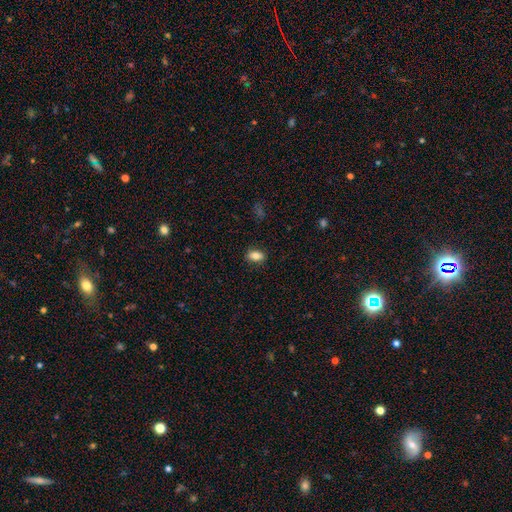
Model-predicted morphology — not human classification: This is clearly a smooth galaxy (83%). How rounded: clearly in between (86%). Merging: clearly none (86%).